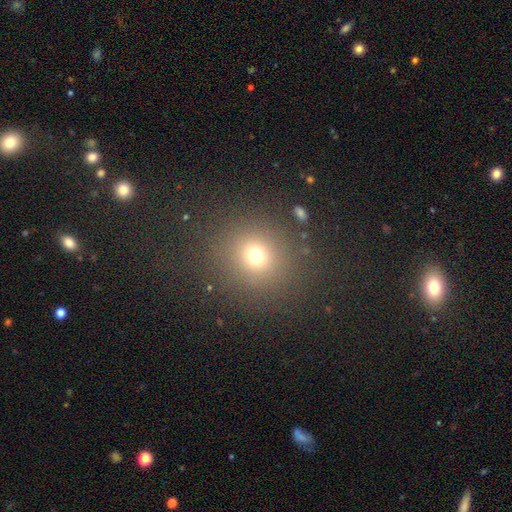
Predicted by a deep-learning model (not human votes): smooth_or_featured: smooth (p=0.71) [alt: star or artifact p=0.21]
how_rounded: round (p=0.85) [alt: in between p=0.14]
merging: none (p=0.84) [alt: minor disturbance p=0.08]